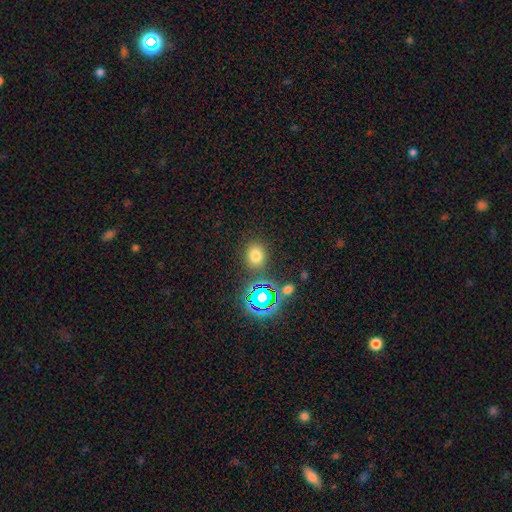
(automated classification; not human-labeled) A smooth galaxy with no disk features (70%) that is round (57%). Merging: none (81%).